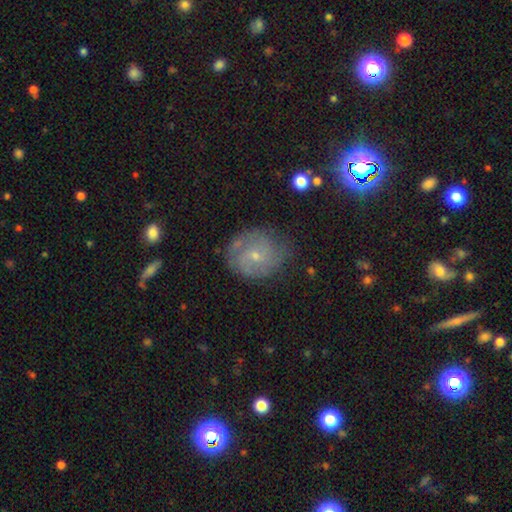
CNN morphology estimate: A featured or disk galaxy (62%) with no bar (71%), tight (52%) spiral arms (83%) and a small central bulge (74%). Merging: none (68%).